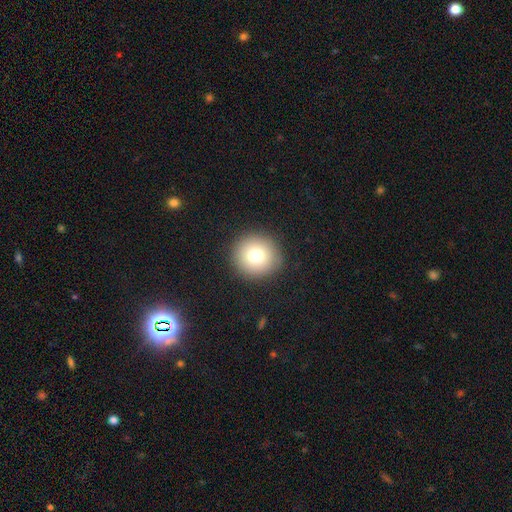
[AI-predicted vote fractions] smooth 79%, featured or disk 11%, star or artifact 11%. Down the decision tree: how rounded — round (94%); merging — none (91%).